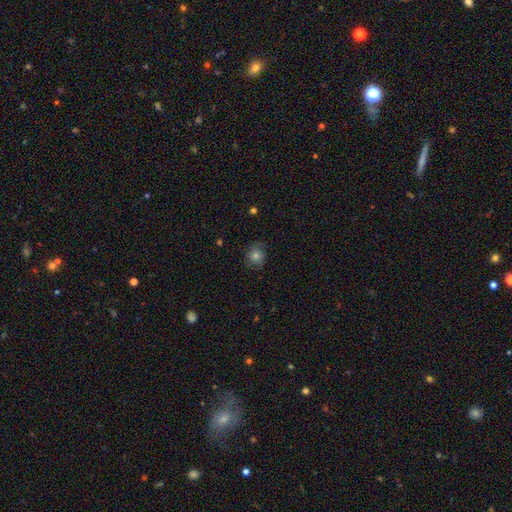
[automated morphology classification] Smooth or featured: smooth — 58% (featured or disk — 29%)
How rounded: round — 82% (in between — 17%)
Merging: none — 71% (minor disturbance — 19%)